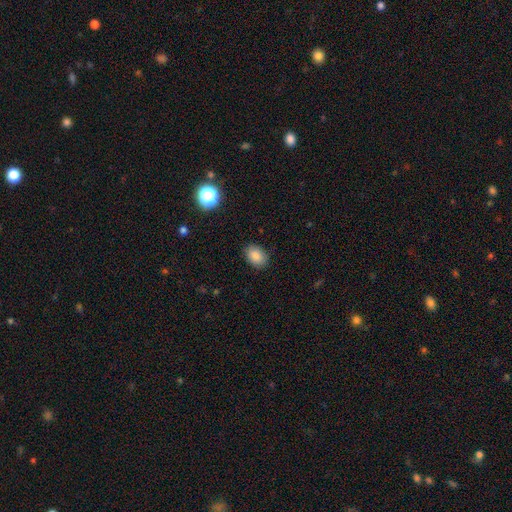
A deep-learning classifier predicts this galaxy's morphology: type=smooth (84%); roundness=in between (71%); merging=none (85%).